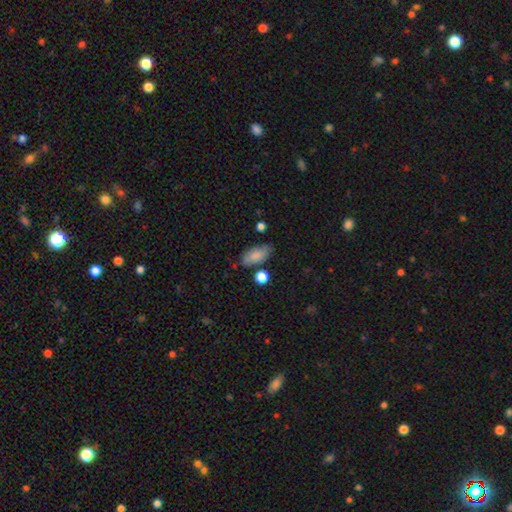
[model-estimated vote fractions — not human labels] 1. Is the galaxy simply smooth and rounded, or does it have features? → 82% smooth, 11% featured or disk, 7% star or artifact.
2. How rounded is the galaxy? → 90% in between, 6% cigar-shaped, 4% round.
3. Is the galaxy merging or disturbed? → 73% none, 17% minor disturbance, 6% merger, 4% major disturbance.